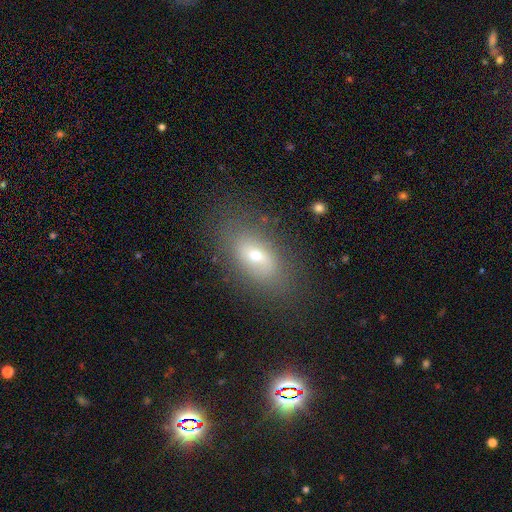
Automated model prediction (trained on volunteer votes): Smooth or featured?
  - smooth: 54% *
  - featured or disk: 31%
  - star or artifact: 15%
How rounded?
  - in between: 84% *
  - round: 10%
  - cigar-shaped: 6%
Merging?
  - none: 79% *
  - minor disturbance: 13%
  - major disturbance: 6%
  - merger: 2%